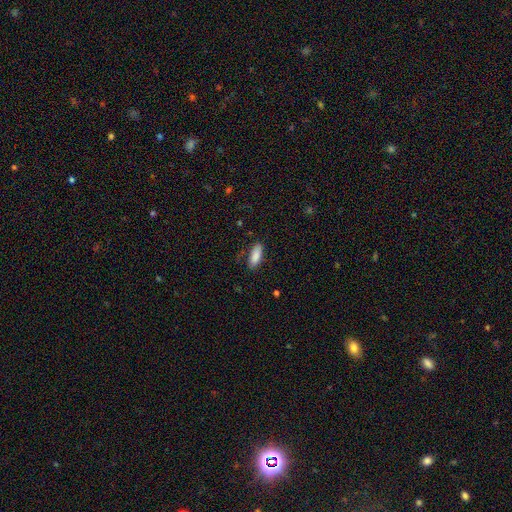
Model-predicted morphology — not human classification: Smooth or featured?
  - smooth: 87% *
  - star or artifact: 6%
  - featured or disk: 6%
How rounded?
  - in between: 71% *
  - cigar-shaped: 27%
  - round: 2%
Merging?
  - none: 80% *
  - minor disturbance: 15%
  - major disturbance: 3%
  - merger: 1%